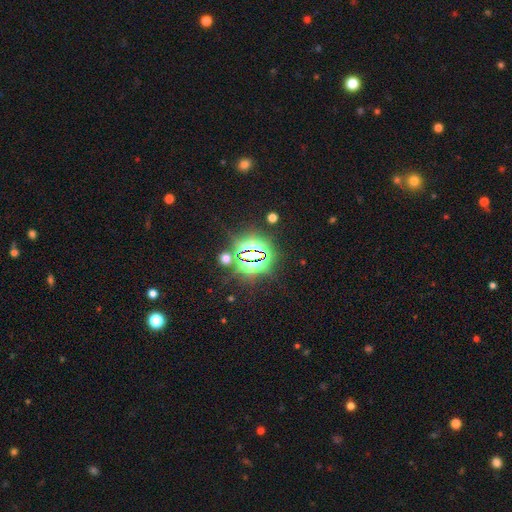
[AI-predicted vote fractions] A star or artifact, not a galaxy (80%).